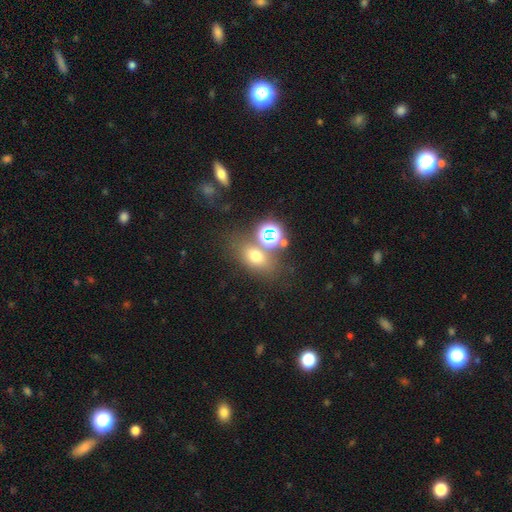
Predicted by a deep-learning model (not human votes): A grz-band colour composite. It shows a smooth galaxy with no disk features (64%) that is in between round and cigar-shaped (62%). Merging: none (62%).